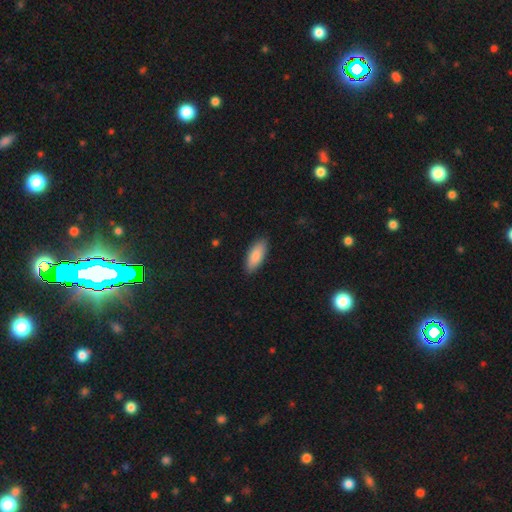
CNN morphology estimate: Smooth or featured?
  - smooth: 87% *
  - featured or disk: 7%
  - star or artifact: 6%
How rounded?
  - in between: 79% *
  - cigar-shaped: 19%
  - round: 2%
Merging?
  - none: 87% *
  - minor disturbance: 10%
  - major disturbance: 2%
  - merger: 1%